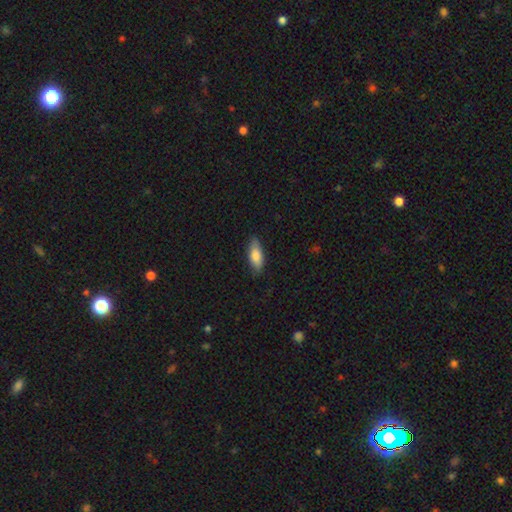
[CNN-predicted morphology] A smooth galaxy with no disk features (80%) that is in between round and cigar-shaped (74%). Merging: none (84%).